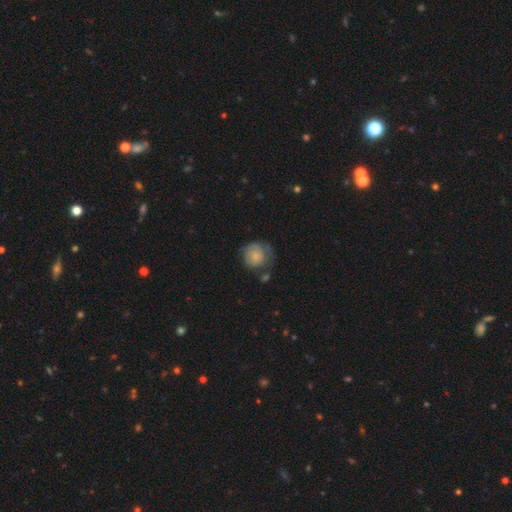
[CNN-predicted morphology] This is likely a smooth galaxy (63%). How rounded: clearly round (85%). Merging: possibly none (49%).